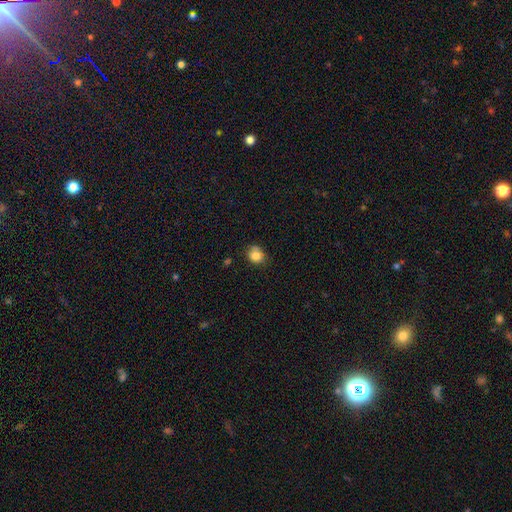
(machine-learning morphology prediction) smooth_or_featured: smooth (p=0.81) [alt: star or artifact p=0.11]
how_rounded: round (p=0.64) [alt: in between p=0.35]
merging: none (p=0.57) [alt: minor disturbance p=0.26]